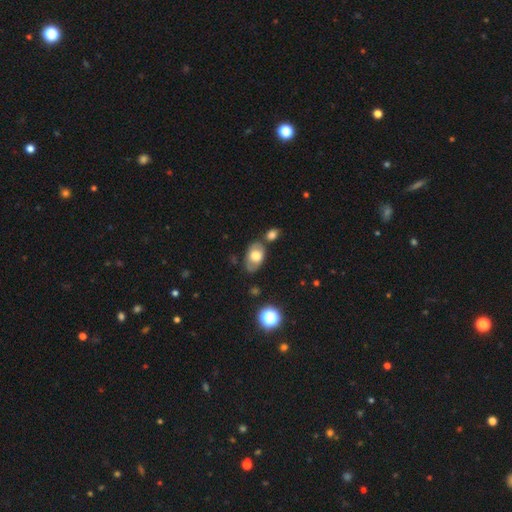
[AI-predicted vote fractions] smooth-or-featured: smooth: 65% | featured or disk: 27% | star or artifact: 9%
  how-rounded: in between: 87% | round: 11% | cigar-shaped: 2%
  merging: none: 63% | minor disturbance: 20% | merger: 12% | major disturbance: 6%